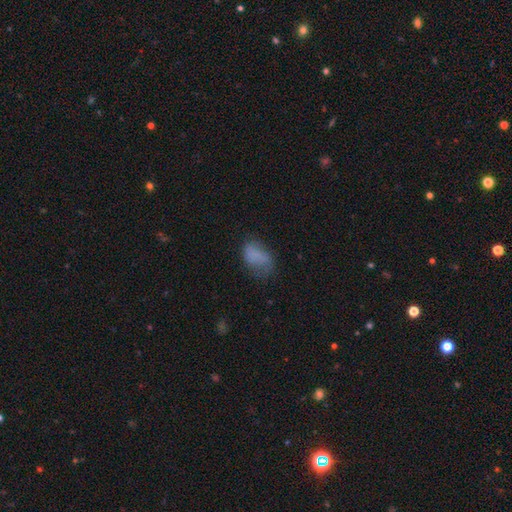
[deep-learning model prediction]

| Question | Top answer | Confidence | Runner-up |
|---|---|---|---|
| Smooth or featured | smooth | 70% | featured or disk (18%) |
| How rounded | in between | 87% | round (11%) |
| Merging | none | 45% | minor disturbance (31%) |